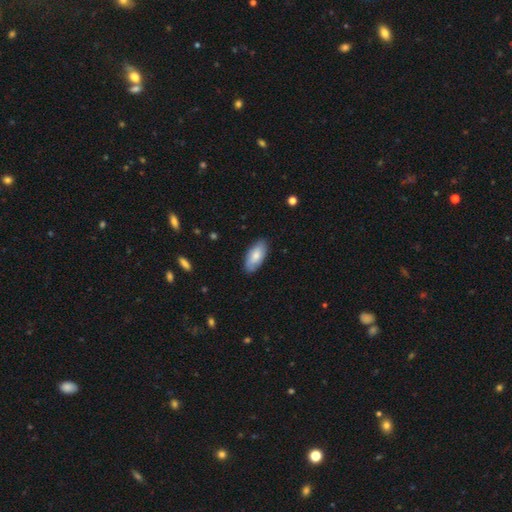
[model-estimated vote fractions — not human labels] The model was most divided on "smooth or featured": smooth: 77%, featured or disk: 18%, star or artifact: 6%. More confident: how rounded — in between (90%); merging — none (85%).